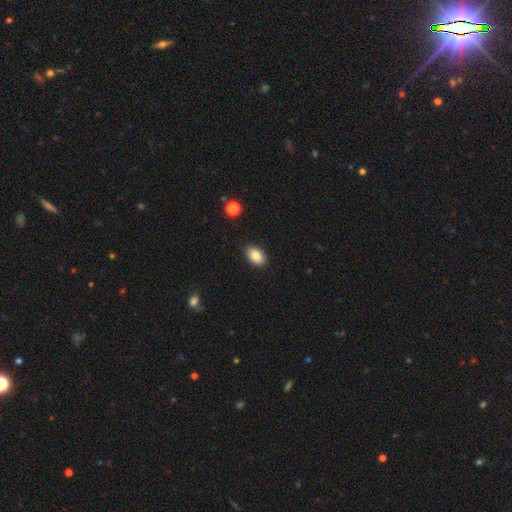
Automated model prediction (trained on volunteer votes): Smooth or featured?
  - smooth: 85% *
  - star or artifact: 8%
  - featured or disk: 7%
How rounded?
  - in between: 89% *
  - round: 10%
  - cigar-shaped: 1%
Merging?
  - none: 88% *
  - minor disturbance: 9%
  - major disturbance: 2%
  - merger: 1%